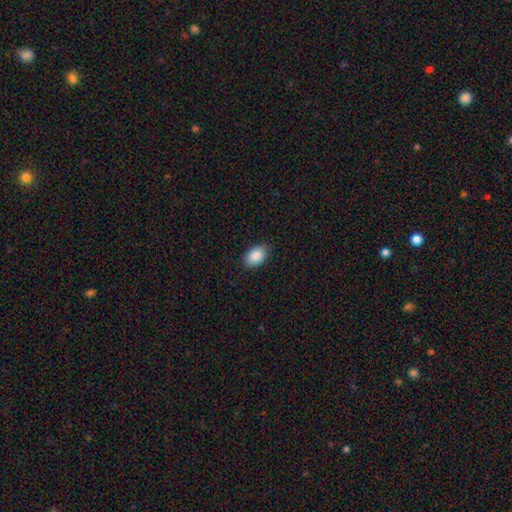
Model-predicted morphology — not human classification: Smooth or featured? smooth (89%)
How rounded? in between (90%)
Merging? none (87%)